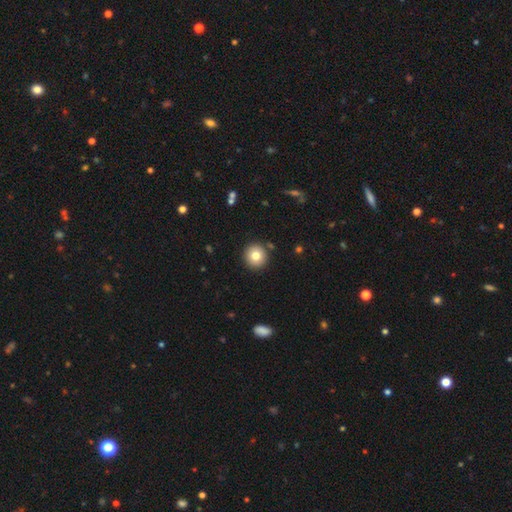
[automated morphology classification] A smooth galaxy with no disk features (79%) that is round (93%). Merging: none (90%).